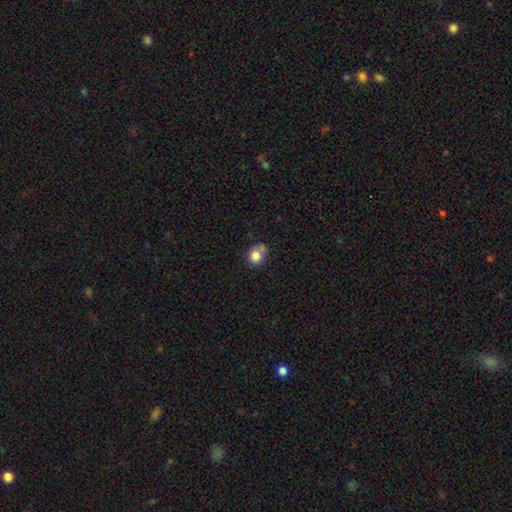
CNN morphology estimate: This is likely a smooth galaxy (80%). How rounded: likely round (71%). Merging: possibly none (51%).